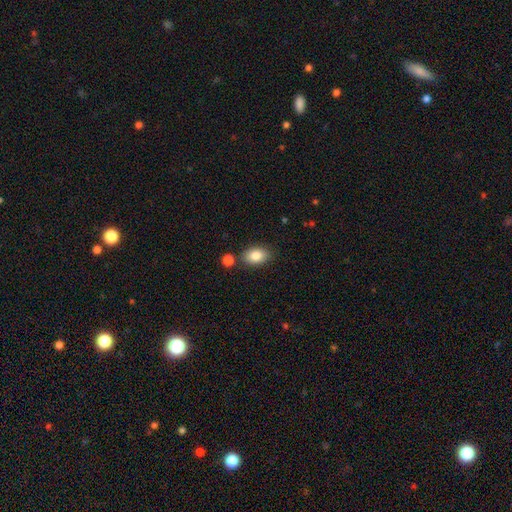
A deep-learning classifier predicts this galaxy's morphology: Q: Smooth or featured?
A: smooth (85%); runner-up: star or artifact (8%)
Q: How rounded?
A: in between (86%); runner-up: round (13%)
Q: Merging?
A: none (80%); runner-up: minor disturbance (12%)